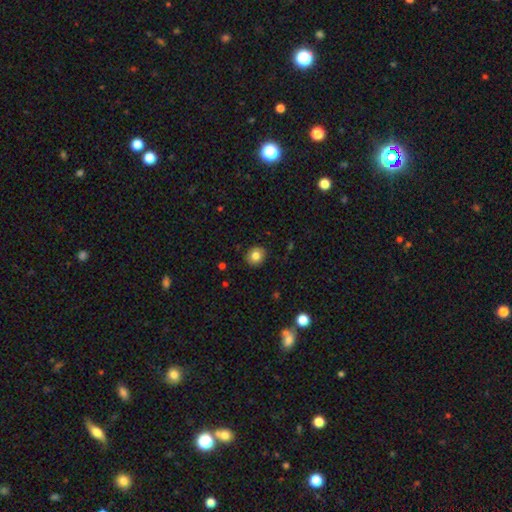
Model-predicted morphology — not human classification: smooth-or-featured: smooth: 81% | star or artifact: 10% | featured or disk: 9%
  how-rounded: round: 83% | in between: 16% | cigar-shaped: 1%
  merging: none: 90% | minor disturbance: 8% | major disturbance: 2% | merger: 1%